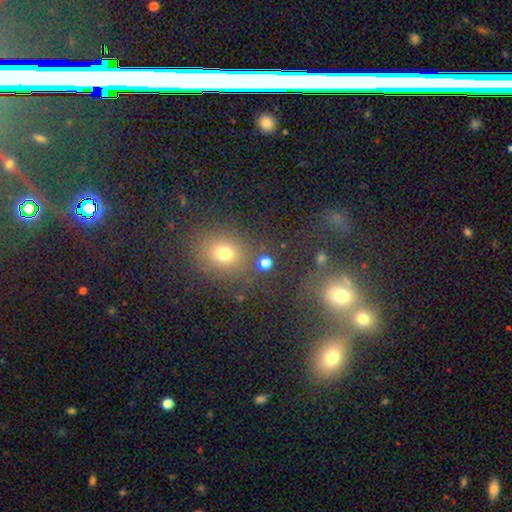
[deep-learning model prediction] This appears to be a smooth galaxy with no disk features (61%) that is round (79%). Merging: none (81%).